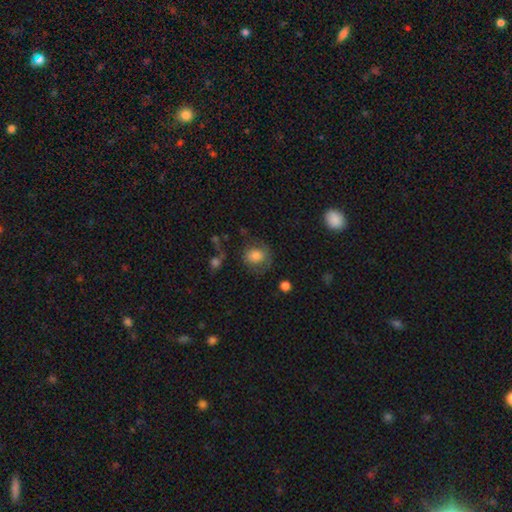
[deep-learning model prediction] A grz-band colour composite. It shows a smooth galaxy with no disk features (72%) that is round (73%). Merging: none (58%).